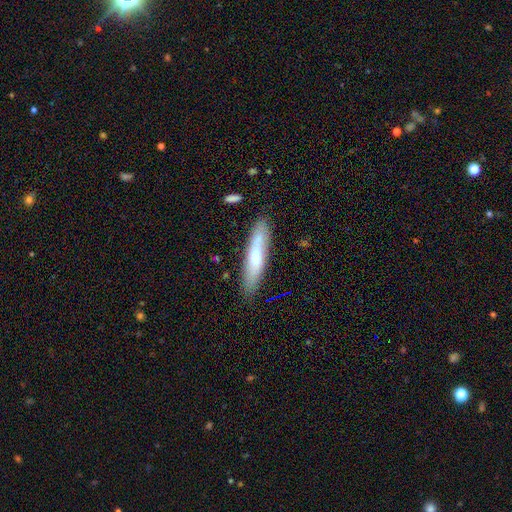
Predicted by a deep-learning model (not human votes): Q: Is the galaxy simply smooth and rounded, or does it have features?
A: smooth — 67%.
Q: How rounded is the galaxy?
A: cigar-shaped — 84%.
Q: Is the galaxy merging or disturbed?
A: none — 82%.